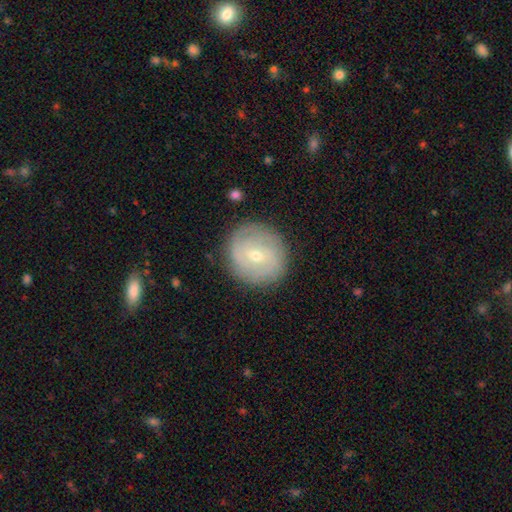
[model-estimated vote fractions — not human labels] smooth-or-featured: featured or disk: 63% | smooth: 30% | star or artifact: 8%
  disk-edge-on: no: 97% | yes: 3%
    bar: weak: 48% | no: 42% | strong: 10%
    has-spiral-arms: yes: 79% | no: 21%
    bulge-size: small: 61% | moderate: 36% | large: 1% | none: 1% | dominant: 1%
  merging: none: 86% | minor disturbance: 10% | major disturbance: 3% | merger: 1%